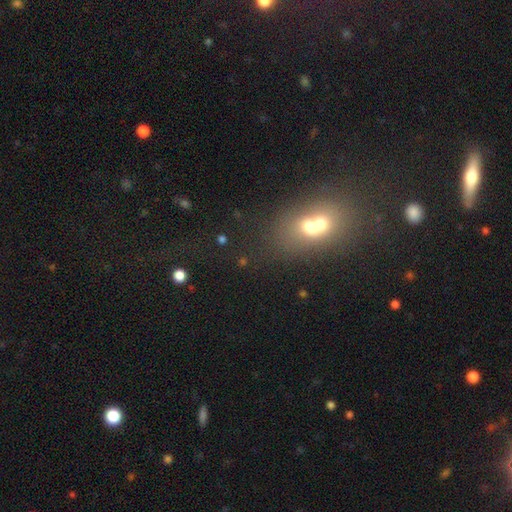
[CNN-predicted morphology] Smooth or featured: smooth — 54% (star or artifact — 31%)
How rounded: in between — 69% (round — 25%)
Merging: none — 63% (merger — 14%)